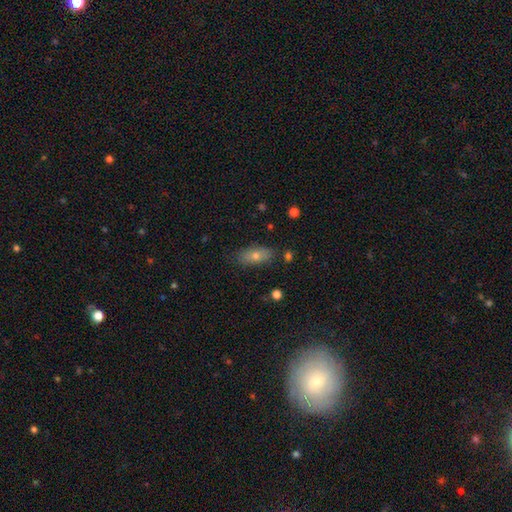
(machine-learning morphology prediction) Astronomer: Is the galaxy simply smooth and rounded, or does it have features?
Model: smooth — 71%.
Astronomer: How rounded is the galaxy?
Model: in between — 81%.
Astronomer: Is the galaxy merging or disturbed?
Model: none — 82%.